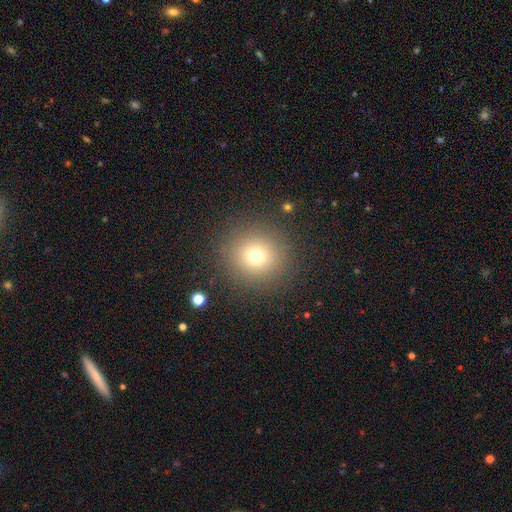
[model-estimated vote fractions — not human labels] This is likely a smooth galaxy (71%). How rounded: clearly round (93%). Merging: clearly none (88%).